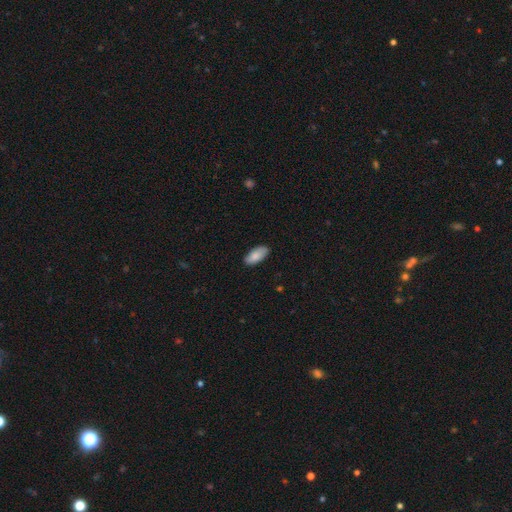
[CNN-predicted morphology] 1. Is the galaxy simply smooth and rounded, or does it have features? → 85% smooth, 9% featured or disk, 6% star or artifact.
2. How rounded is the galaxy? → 92% in between, 6% cigar-shaped, 2% round.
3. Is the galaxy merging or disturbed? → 85% none, 12% minor disturbance, 2% major disturbance, 1% merger.